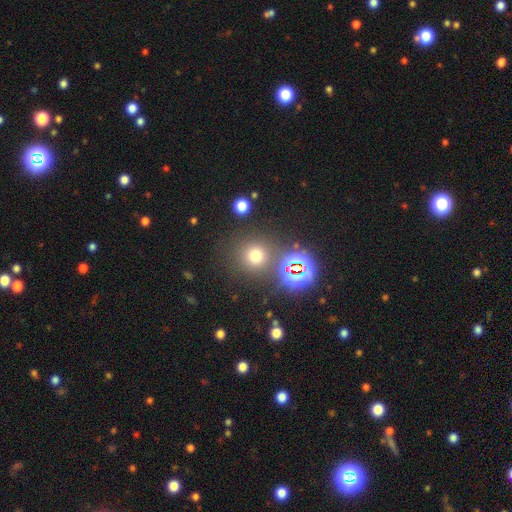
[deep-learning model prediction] Smooth or featured?
  - smooth: 66% *
  - star or artifact: 27%
  - featured or disk: 7%
How rounded?
  - round: 92% *
  - in between: 7%
  - cigar-shaped: 1%
Merging?
  - none: 79% *
  - merger: 9%
  - minor disturbance: 8%
  - major disturbance: 4%